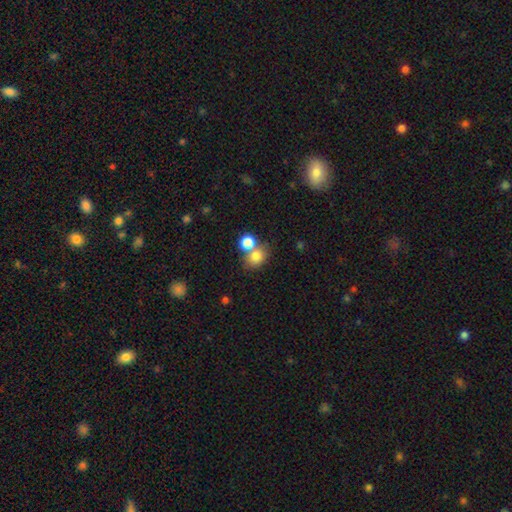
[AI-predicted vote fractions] smooth 78%, star or artifact 13%, featured or disk 9%. Down the decision tree: how rounded — round (65%); merging — none (48%).